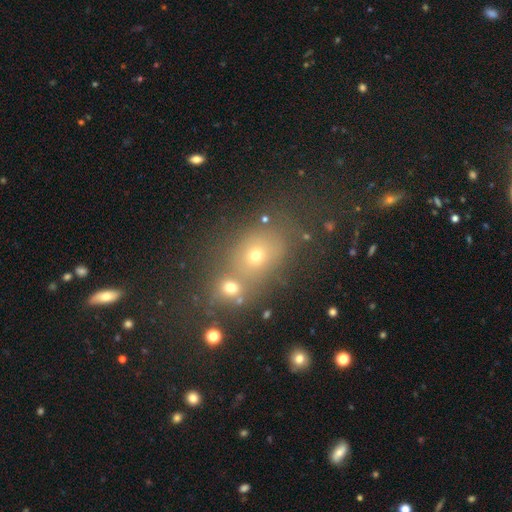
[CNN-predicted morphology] Smooth or featured? smooth (45%)
Merging? none (60%)